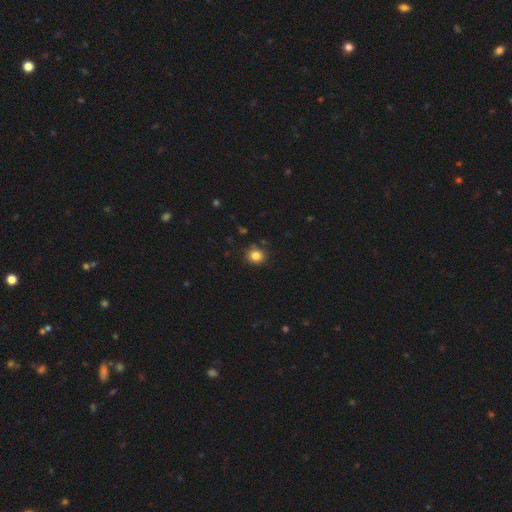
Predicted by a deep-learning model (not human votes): A smooth galaxy with no disk features (83%) that is round (82%).

Vote fractions:
- Smooth or featured? smooth: 83% / star or artifact: 12% / featured or disk: 5%
- How rounded? round: 82% / in between: 17% / cigar-shaped: 1%
- Merging? none: 85% / minor disturbance: 10% / merger: 3% / major disturbance: 2%